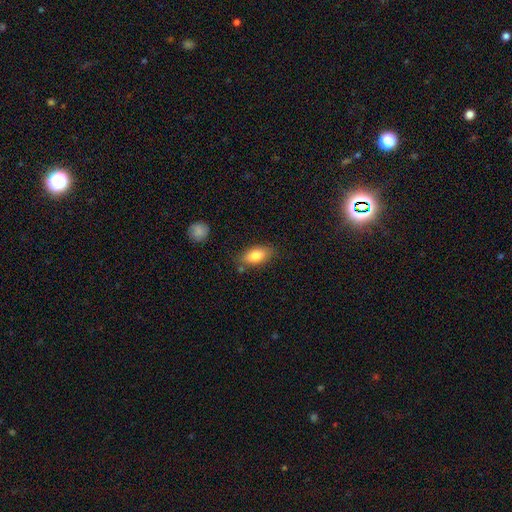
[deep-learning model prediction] A smooth galaxy with no disk features (82%) that is in between round and cigar-shaped (89%).

Vote fractions:
- Smooth or featured? smooth: 82% / featured or disk: 11% / star or artifact: 7%
- How rounded? in between: 89% / cigar-shaped: 7% / round: 4%
- Merging? none: 77% / minor disturbance: 16% / merger: 4% / major disturbance: 4%